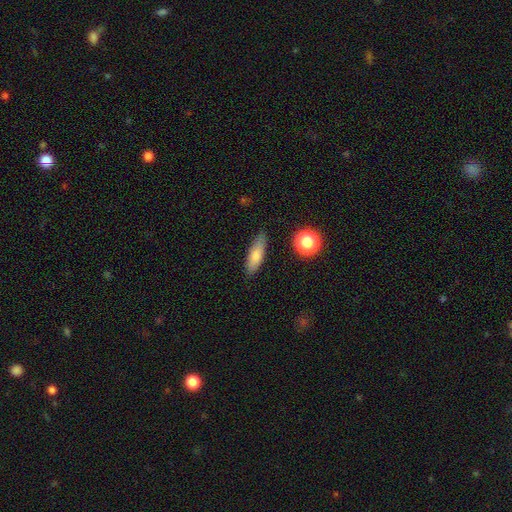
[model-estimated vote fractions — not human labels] smooth 75%, featured or disk 17%, star or artifact 8%. Down the decision tree: how rounded — cigar-shaped (50%); merging — none (82%).